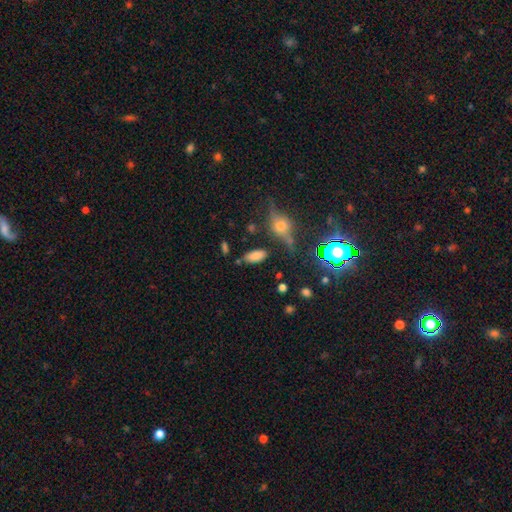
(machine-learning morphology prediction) Smooth or featured? smooth (78%)
How rounded? in between (89%)
Merging? none (76%)